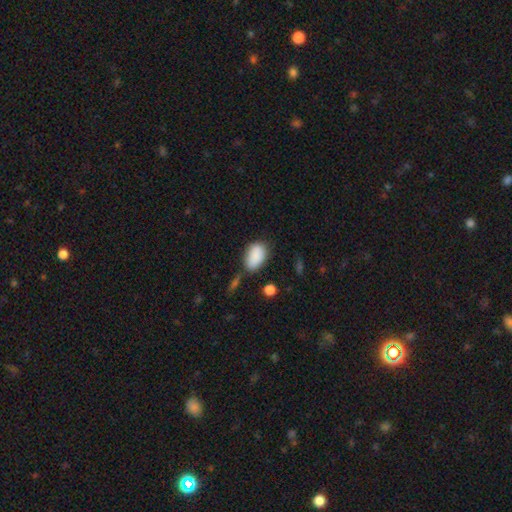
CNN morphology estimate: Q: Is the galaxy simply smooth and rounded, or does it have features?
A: smooth — 87%.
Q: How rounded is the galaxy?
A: in between — 90%.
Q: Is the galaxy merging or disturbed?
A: none — 61%.